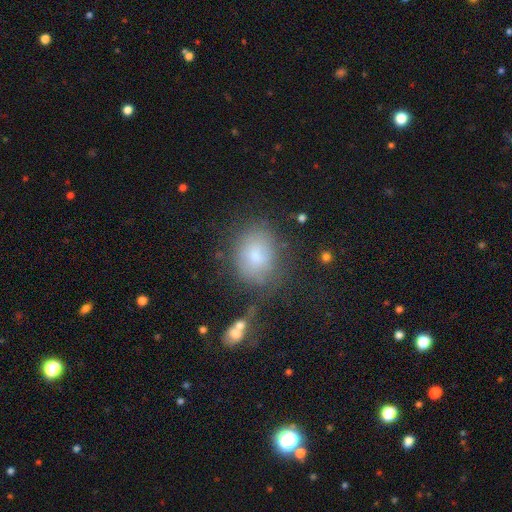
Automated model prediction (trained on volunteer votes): smooth 71%, featured or disk 19%, star or artifact 11%. Down the decision tree: how rounded — round (50%); merging — none (65%).